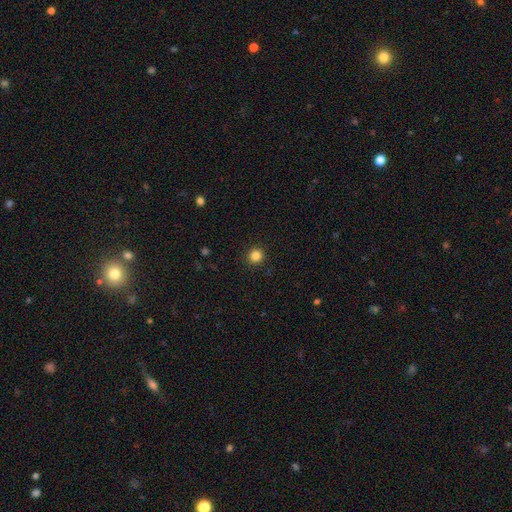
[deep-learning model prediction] A smooth galaxy with no disk features (84%) that is round (95%).

Vote fractions:
- Smooth or featured? smooth: 84% / star or artifact: 12% / featured or disk: 4%
- How rounded? round: 95% / in between: 4% / cigar-shaped: 1%
- Merging? none: 92% / minor disturbance: 5% / major disturbance: 2% / merger: 1%